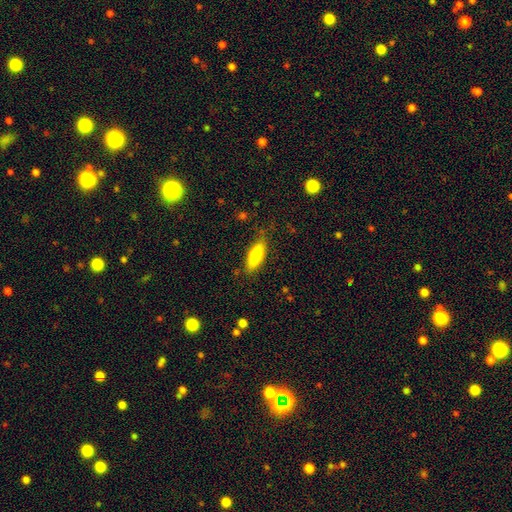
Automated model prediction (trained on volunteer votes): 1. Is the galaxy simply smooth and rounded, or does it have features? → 78% smooth, 16% featured or disk, 6% star or artifact.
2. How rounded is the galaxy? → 65% in between, 33% cigar-shaped, 2% round.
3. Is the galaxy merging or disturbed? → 78% none, 16% minor disturbance, 4% major disturbance, 2% merger.